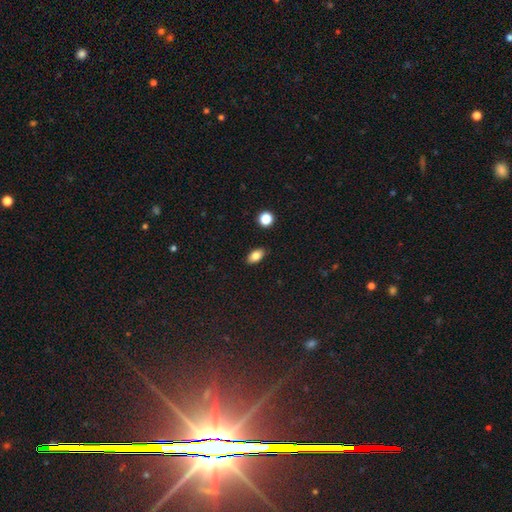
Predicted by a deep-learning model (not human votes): A smooth galaxy with no disk features (82%) that is in between round and cigar-shaped (90%). Merging: none (88%).